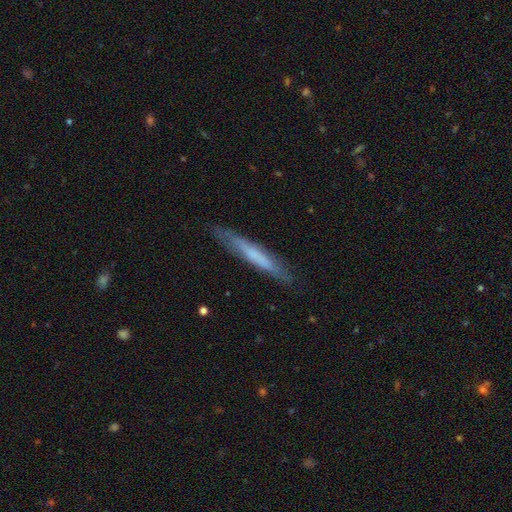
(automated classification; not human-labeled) smooth-or-featured: smooth: 53% | featured or disk: 40% | star or artifact: 6%
  how-rounded: cigar-shaped: 94% | in between: 5% | round: 1%
  merging: none: 83% | minor disturbance: 13% | major disturbance: 3% | merger: 1%